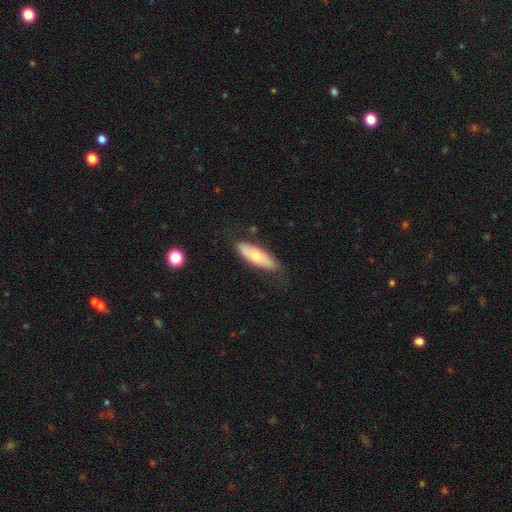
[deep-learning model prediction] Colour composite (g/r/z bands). It shows a smooth galaxy with no disk features (59%) that is in between round and cigar-shaped (58%). Merging: none (73%).